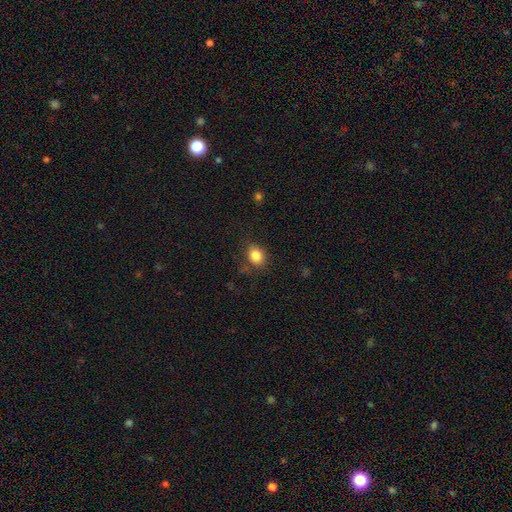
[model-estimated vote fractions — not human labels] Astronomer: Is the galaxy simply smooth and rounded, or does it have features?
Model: smooth — 84%.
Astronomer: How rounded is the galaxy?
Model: in between — 59% (runner-up: round, 40%).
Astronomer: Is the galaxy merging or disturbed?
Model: none — 79%.